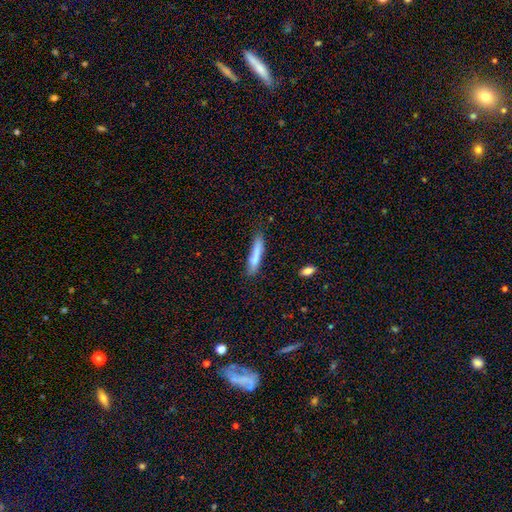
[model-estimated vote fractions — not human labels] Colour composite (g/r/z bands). It shows a smooth galaxy with no disk features (76%) that is cigar-shaped (87%). Merging: none (64%).